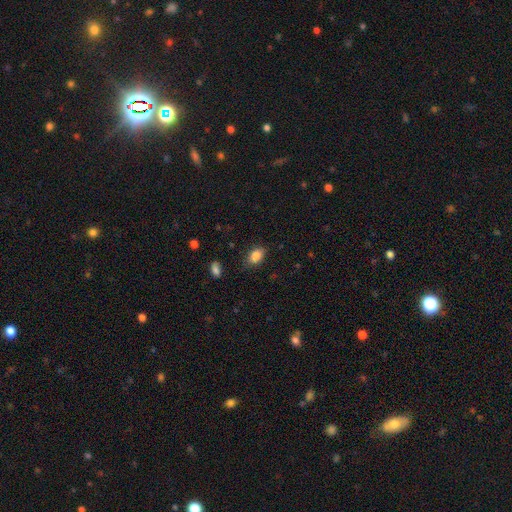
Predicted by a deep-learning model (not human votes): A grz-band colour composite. It shows a smooth galaxy with no disk features (86%) that is in between round and cigar-shaped (86%). Merging: none (80%).